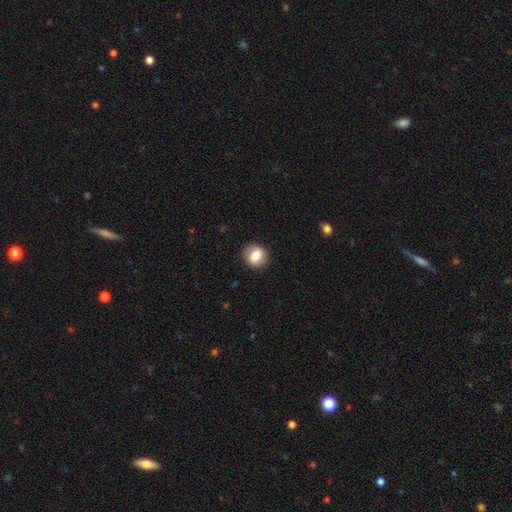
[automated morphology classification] Smooth or featured? Predicted: smooth (p=0.79). How rounded? Predicted: round (p=0.80). Merging? Predicted: none (p=0.87).